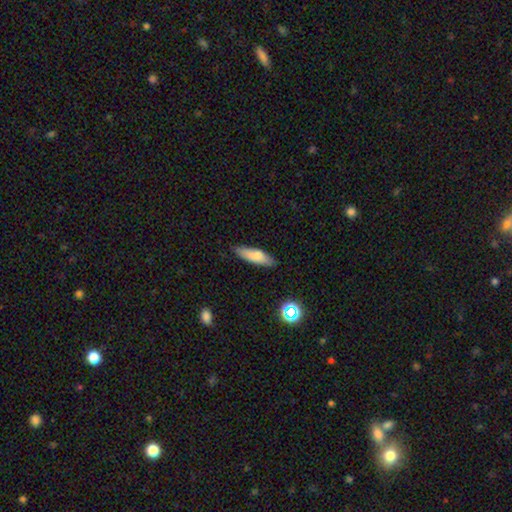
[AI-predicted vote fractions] Smooth or featured? smooth (77%)
How rounded? cigar-shaped (58%)
Merging? none (81%)